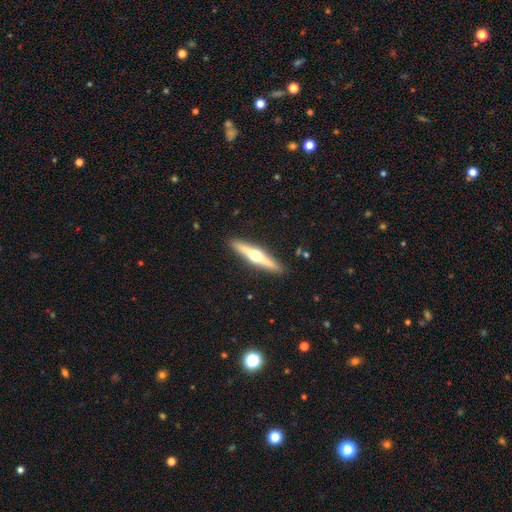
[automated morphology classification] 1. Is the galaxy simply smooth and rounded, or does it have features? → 69% featured or disk, 26% smooth, 5% star or artifact.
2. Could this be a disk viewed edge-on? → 97% yes, 3% no.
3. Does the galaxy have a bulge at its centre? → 95% rounded, 2% none, 2% boxy.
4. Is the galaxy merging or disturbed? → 91% none, 7% minor disturbance, 1% major disturbance, 1% merger.